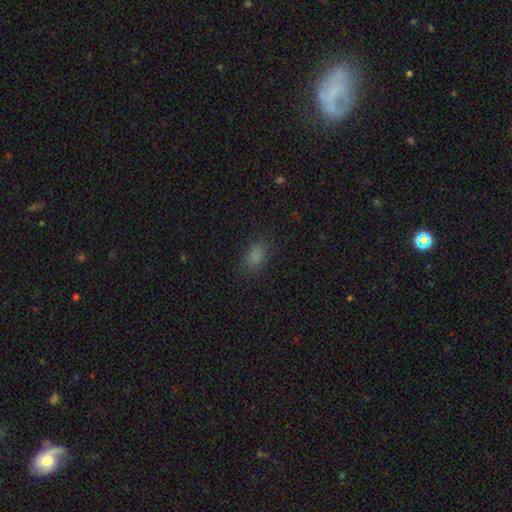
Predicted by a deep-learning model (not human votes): This appears to be a smooth galaxy with no disk features (82%) that is in between round and cigar-shaped (85%). Merging: none (82%).